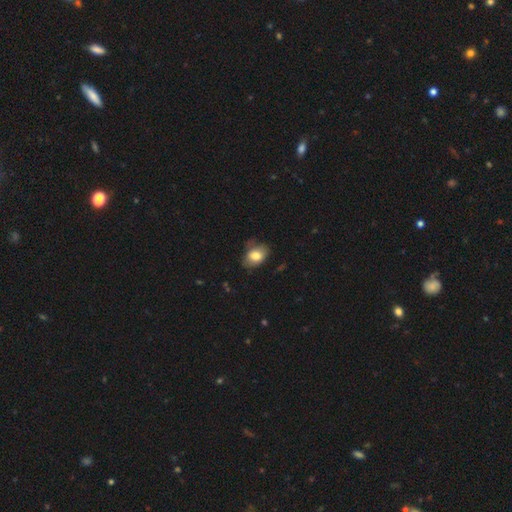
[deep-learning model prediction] smooth-or-featured: smooth: 76% | featured or disk: 16% | star or artifact: 8%
  how-rounded: in between: 79% | round: 20% | cigar-shaped: 1%
  merging: none: 61% | minor disturbance: 29% | major disturbance: 8% | merger: 2%